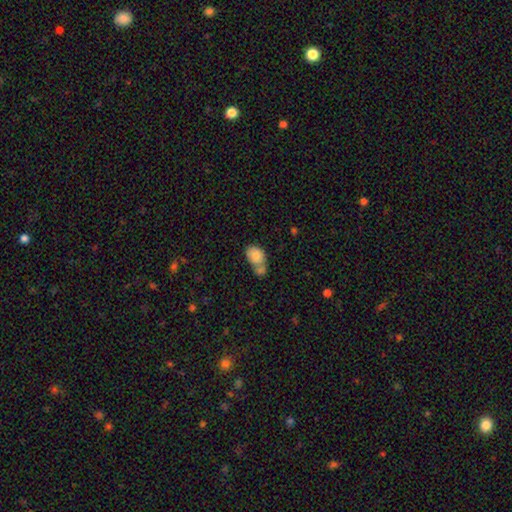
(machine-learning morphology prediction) smooth_or_featured: smooth (p=0.82) [alt: featured or disk p=0.10]
how_rounded: in between (p=0.73) [alt: round p=0.26]
merging: merger (p=0.56) [alt: none p=0.27]